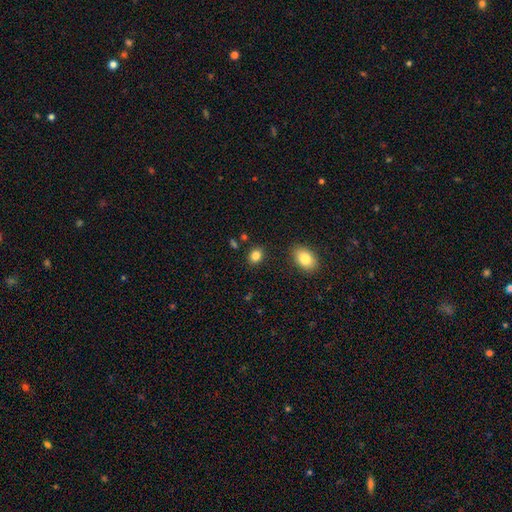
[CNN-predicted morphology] smooth-or-featured: smooth: 84% | star or artifact: 10% | featured or disk: 6%
  how-rounded: in between: 54% | round: 45% | cigar-shaped: 1%
  merging: none: 86% | minor disturbance: 8% | merger: 3% | major disturbance: 3%